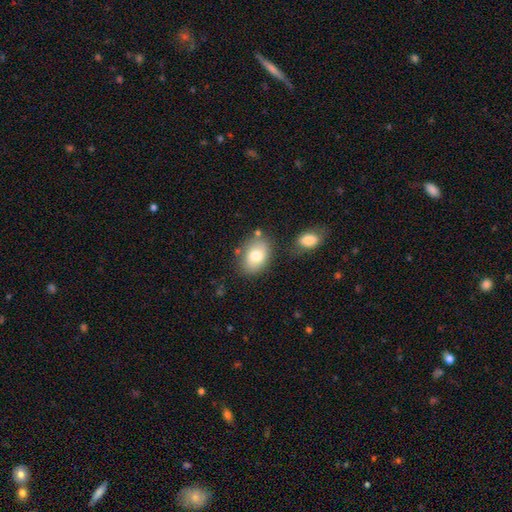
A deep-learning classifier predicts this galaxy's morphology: smooth-or-featured: smooth: 76% | featured or disk: 16% | star or artifact: 8%
  how-rounded: in between: 81% | round: 18% | cigar-shaped: 1%
  merging: none: 73% | minor disturbance: 15% | merger: 8% | major disturbance: 4%